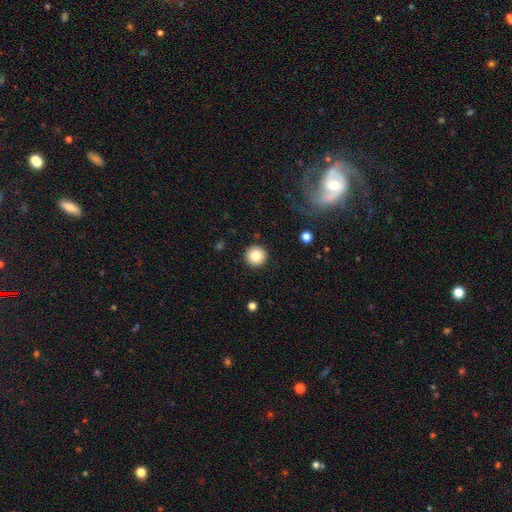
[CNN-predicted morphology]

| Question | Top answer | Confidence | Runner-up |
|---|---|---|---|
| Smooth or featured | smooth | 83% | star or artifact (9%) |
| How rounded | round | 96% | in between (3%) |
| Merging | none | 92% | minor disturbance (5%) |